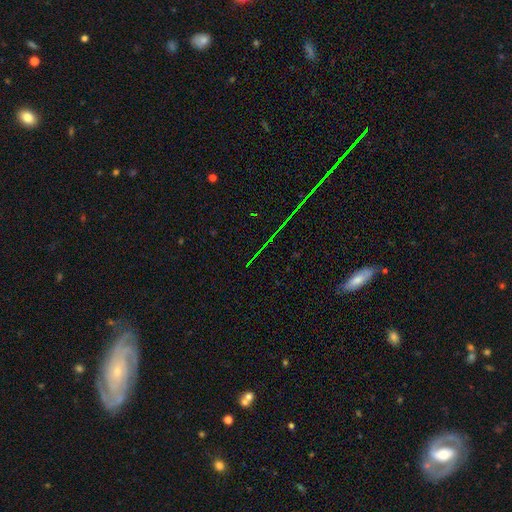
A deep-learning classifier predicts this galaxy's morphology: The model was most divided on "smooth or featured": star or artifact: 80%, featured or disk: 11%, smooth: 9%.